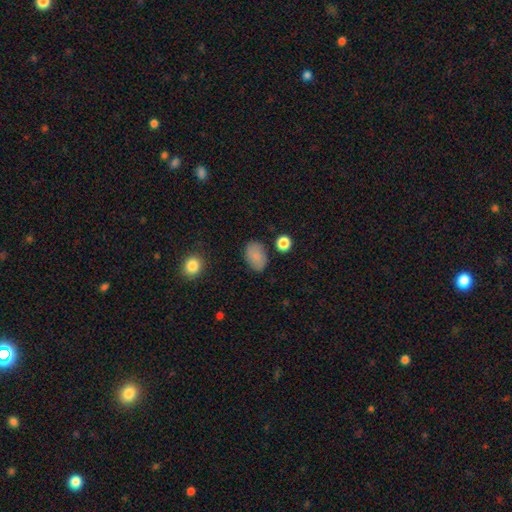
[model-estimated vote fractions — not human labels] A smooth galaxy with no disk features (84%) that is in between round and cigar-shaped (86%). Merging: none (80%).